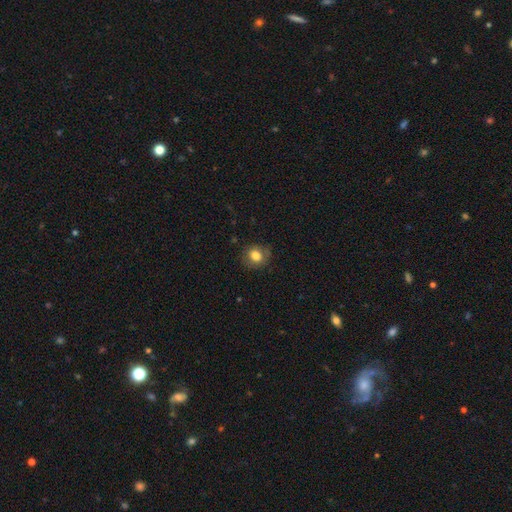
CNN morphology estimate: Overall: smooth (81%). How rounded: round (73%). Merging: none (78%).